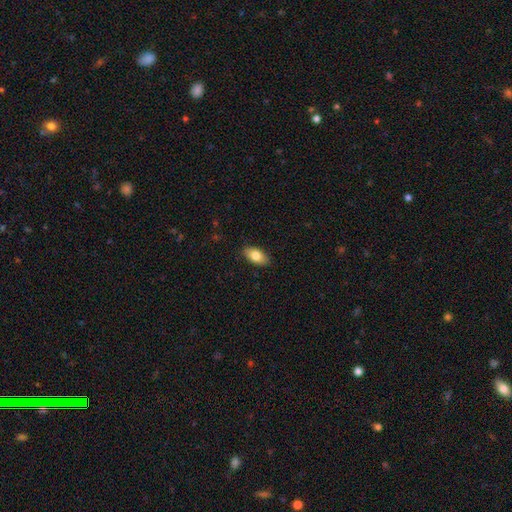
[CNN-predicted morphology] smooth 81%, featured or disk 13%, star or artifact 7%. Down the decision tree: how rounded — in between (91%); merging — none (88%).